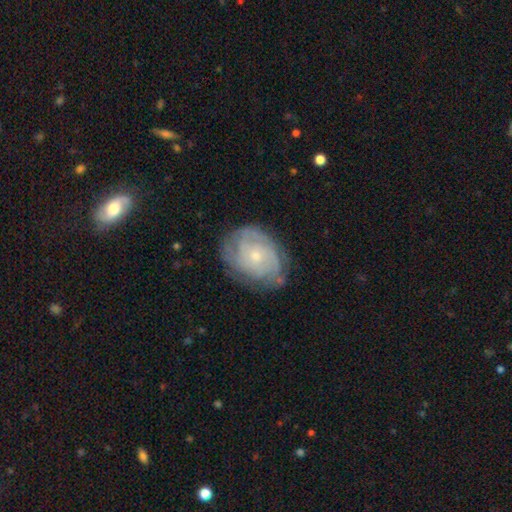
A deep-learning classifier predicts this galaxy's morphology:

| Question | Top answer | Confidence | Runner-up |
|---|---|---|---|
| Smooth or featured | featured or disk | 76% | smooth (17%) |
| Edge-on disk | no | 97% | yes (3%) |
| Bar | no | 81% | weak (16%) |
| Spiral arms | yes | 90% | no (10%) |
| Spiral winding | tight | 67% | medium (26%) |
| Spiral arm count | can't tell | 44% | 3 (18%) |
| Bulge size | small | 69% | moderate (27%) |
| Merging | none | 72% | minor disturbance (20%) |